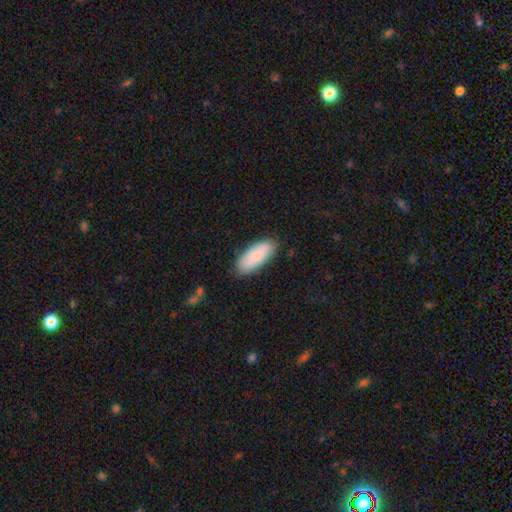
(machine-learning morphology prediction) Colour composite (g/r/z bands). It shows a smooth galaxy with no disk features (87%) that is in between round and cigar-shaped (81%). Merging: none (85%).